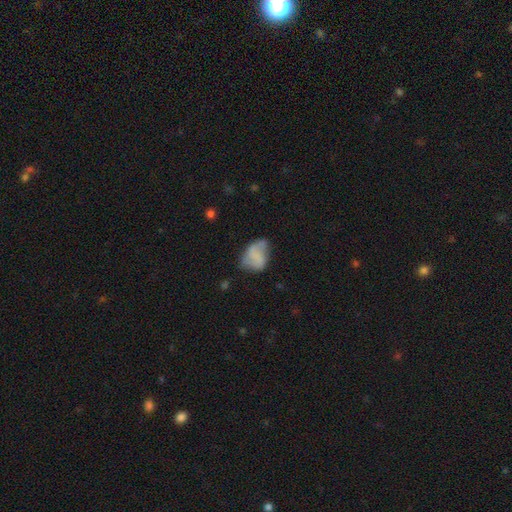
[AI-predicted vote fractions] Overall: featured or disk (48%; smooth 43%). Merging: none (47%; minor disturbance 31%).